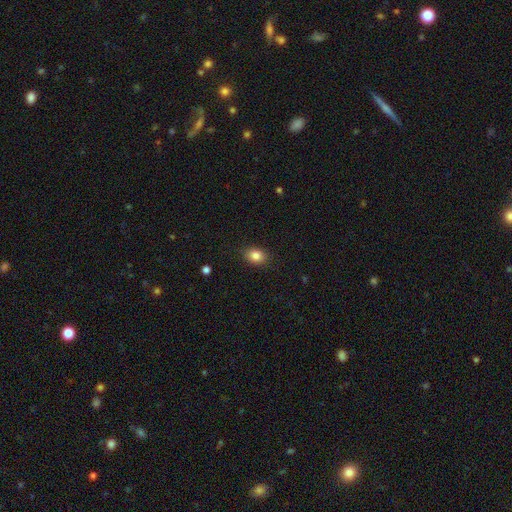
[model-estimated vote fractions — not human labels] Q: Smooth or featured?
A: smooth (84%); runner-up: star or artifact (10%)
Q: How rounded?
A: in between (66%); runner-up: round (33%)
Q: Merging?
A: none (87%); runner-up: minor disturbance (9%)